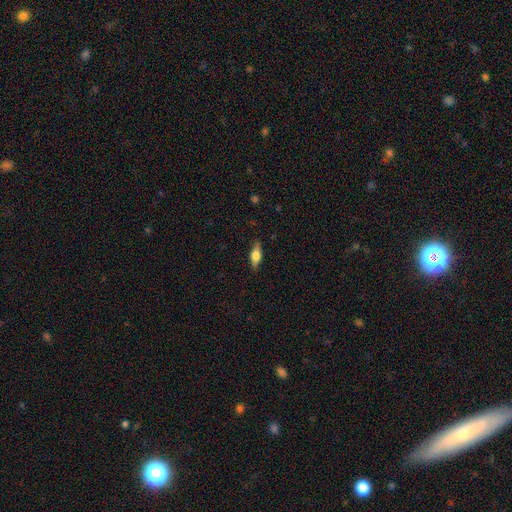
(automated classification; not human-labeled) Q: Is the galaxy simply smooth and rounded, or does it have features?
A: smooth — 52%.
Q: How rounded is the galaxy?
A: in between — 64%.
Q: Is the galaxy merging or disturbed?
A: none — 86%.